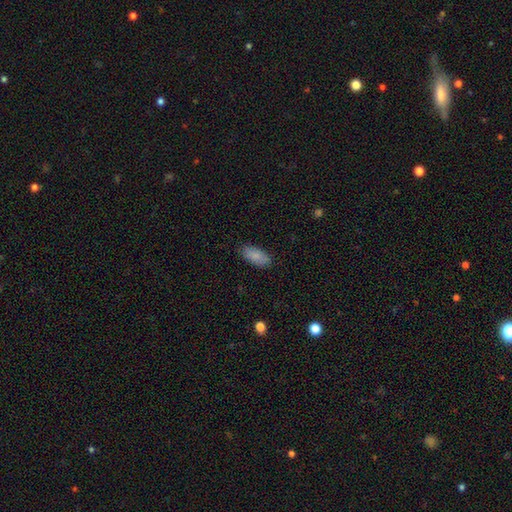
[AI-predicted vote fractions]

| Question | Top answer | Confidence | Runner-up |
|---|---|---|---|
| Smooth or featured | smooth | 85% | featured or disk (8%) |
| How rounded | in between | 90% | cigar-shaped (8%) |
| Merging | none | 85% | minor disturbance (12%) |